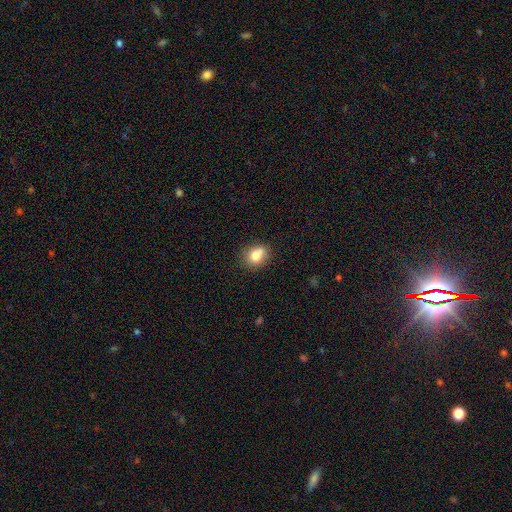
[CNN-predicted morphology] A smooth galaxy with no disk features (79%) that is round (54%).

Vote fractions:
- Smooth or featured? smooth: 79% / featured or disk: 11% / star or artifact: 10%
- How rounded? round: 54% / in between: 45% / cigar-shaped: 1%
- Merging? none: 62% / minor disturbance: 22% / merger: 11% / major disturbance: 5%